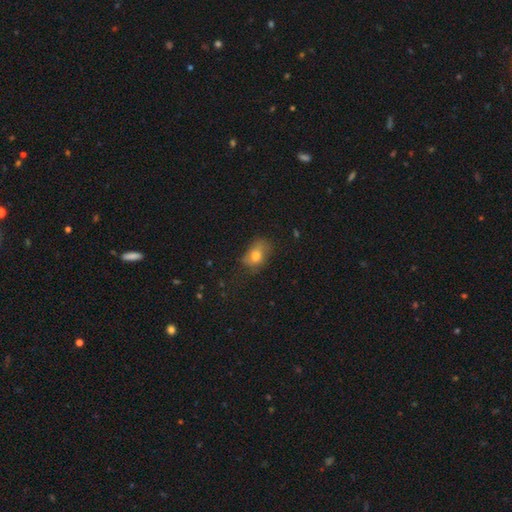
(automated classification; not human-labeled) A smooth galaxy with no disk features (73%) that is in between round and cigar-shaped (76%). Merging: none (54%).